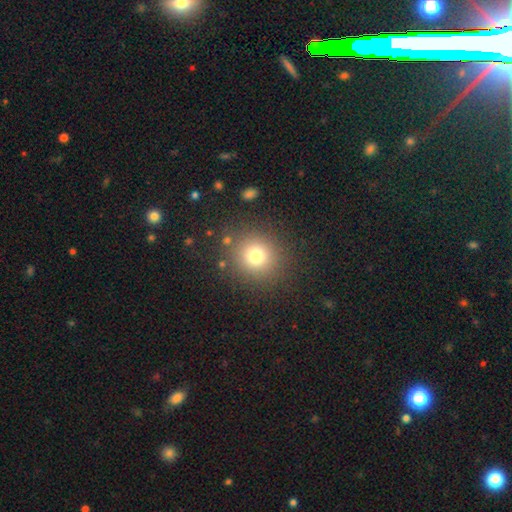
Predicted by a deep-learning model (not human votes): Smooth or featured? Predicted: smooth (p=0.75). How rounded? Predicted: round (p=0.91). Merging? Predicted: none (p=0.86).